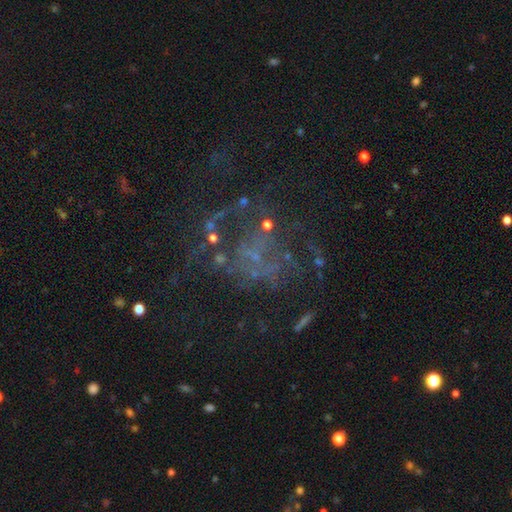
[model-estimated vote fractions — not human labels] Q: Smooth or featured?
A: featured or disk (59%); runner-up: star or artifact (28%)
Q: Edge-on disk?
A: no (98%); runner-up: yes (2%)
Q: Bar?
A: no (87%); runner-up: weak (10%)
Q: Spiral arms?
A: no (71%); runner-up: yes (29%)
Q: Bulge size?
A: none (72%); runner-up: small (18%)
Q: Merging?
A: none (44%); runner-up: major disturbance (35%)